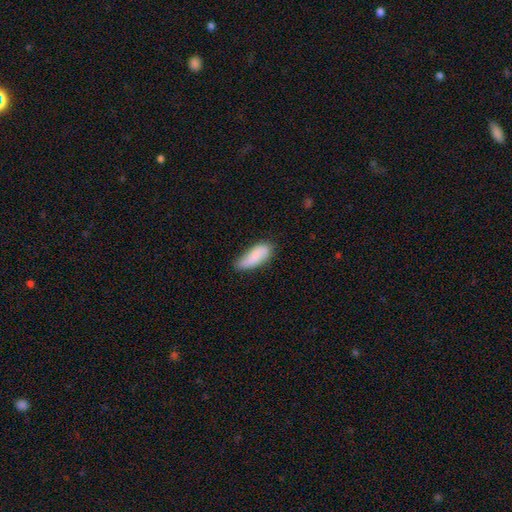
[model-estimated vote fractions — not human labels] This is likely a smooth galaxy (77%). How rounded: likely in between (75%). Merging: possibly none (59%).